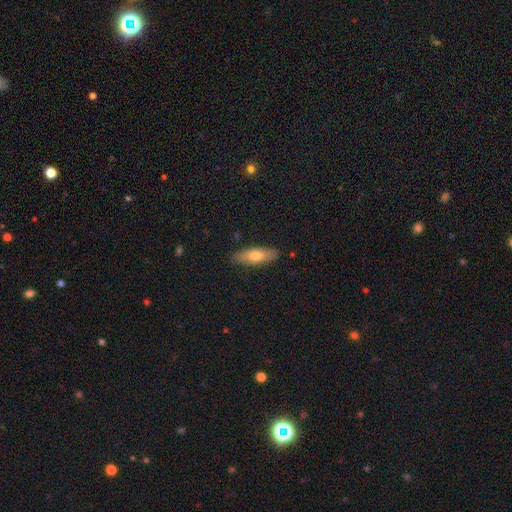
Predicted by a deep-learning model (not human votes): Q: Smooth or featured?
A: smooth (67%); runner-up: featured or disk (27%)
Q: How rounded?
A: in between (64%); runner-up: cigar-shaped (34%)
Q: Merging?
A: none (87%); runner-up: minor disturbance (10%)